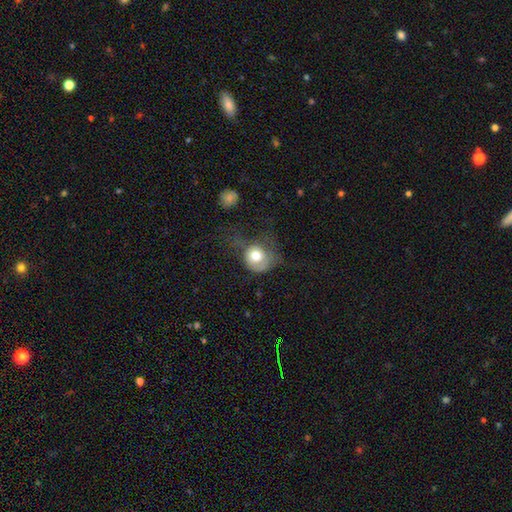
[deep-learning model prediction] Q: Smooth or featured?
A: smooth (70%); runner-up: featured or disk (21%)
Q: How rounded?
A: round (81%); runner-up: in between (18%)
Q: Merging?
A: major disturbance (38%); runner-up: none (31%)